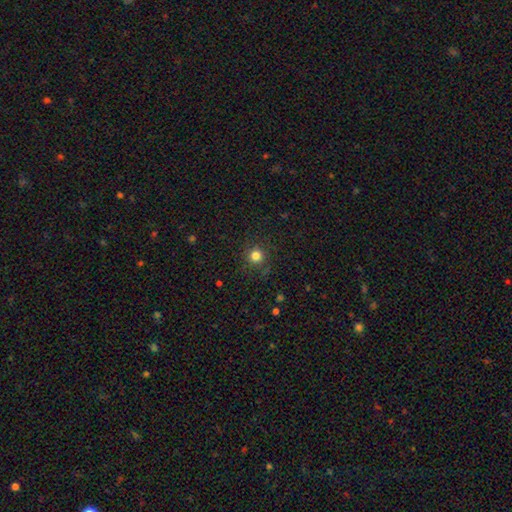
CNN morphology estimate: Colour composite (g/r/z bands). It shows a smooth galaxy with no disk features (81%) that is round (94%). Merging: none (88%).